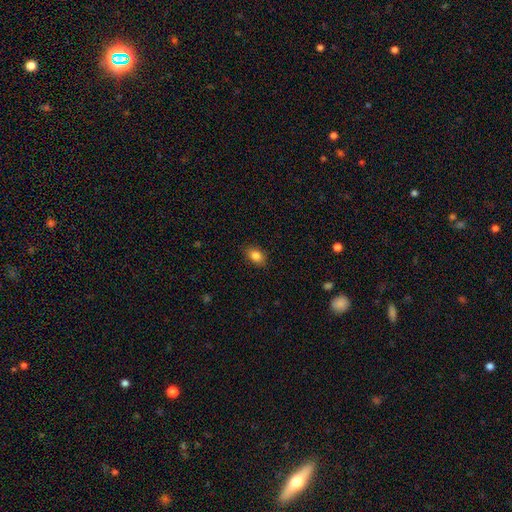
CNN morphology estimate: The model was most divided on "how rounded": in between: 83%, round: 16%, cigar-shaped: 2%. More confident: merging — none (86%); smooth or featured — smooth (85%).